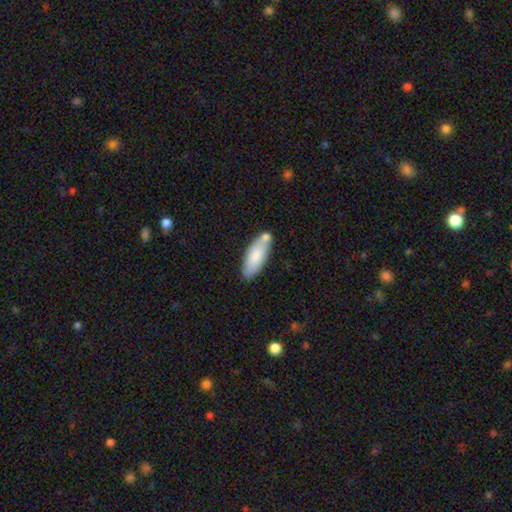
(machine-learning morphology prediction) Q: Smooth or featured?
A: smooth (81%); runner-up: featured or disk (13%)
Q: How rounded?
A: in between (69%); runner-up: cigar-shaped (30%)
Q: Merging?
A: none (64%); runner-up: merger (17%)